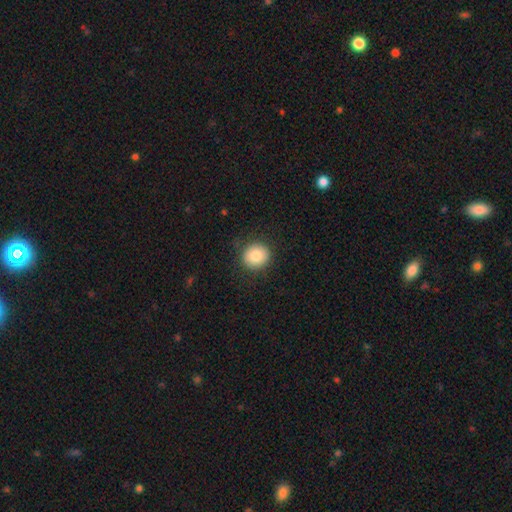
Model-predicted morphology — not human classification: Smooth or featured: smooth — 84% (star or artifact — 8%)
How rounded: round — 86% (in between — 13%)
Merging: none — 87% (minor disturbance — 9%)